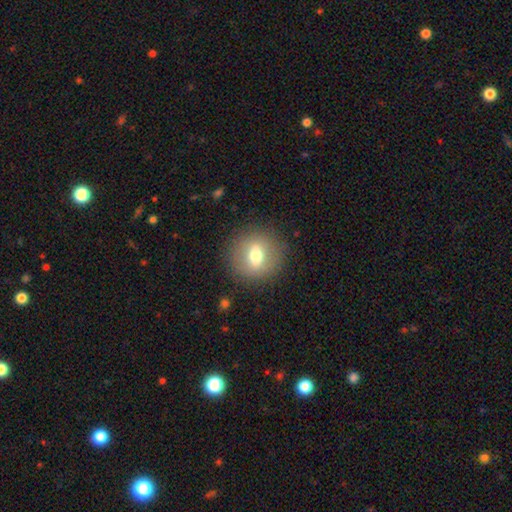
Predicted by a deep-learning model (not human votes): This is possibly a smooth galaxy (60%). How rounded: clearly round (86%). Merging: clearly none (86%).